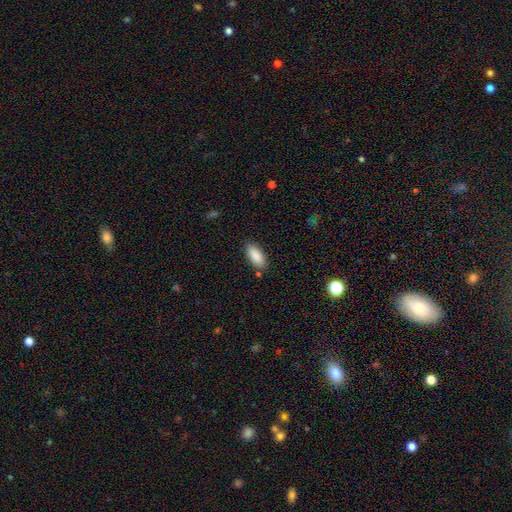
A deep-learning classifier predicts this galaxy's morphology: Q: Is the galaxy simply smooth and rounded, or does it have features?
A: smooth — 88%.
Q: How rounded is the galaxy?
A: in between — 86%.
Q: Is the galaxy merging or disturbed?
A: none — 84%.